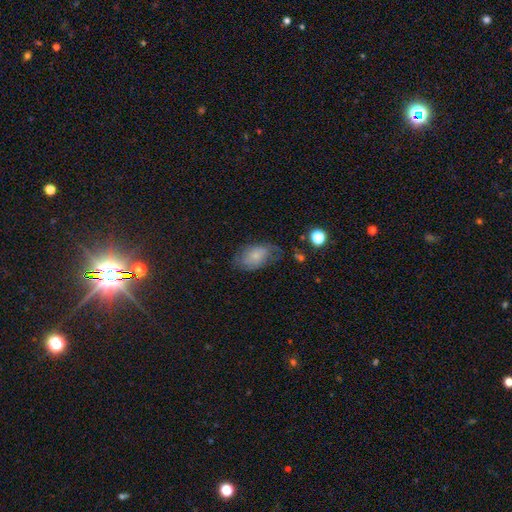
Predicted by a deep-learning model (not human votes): smooth 59%, featured or disk 32%, star or artifact 9%. Down the decision tree: how rounded — in between (90%); merging — none (50%).